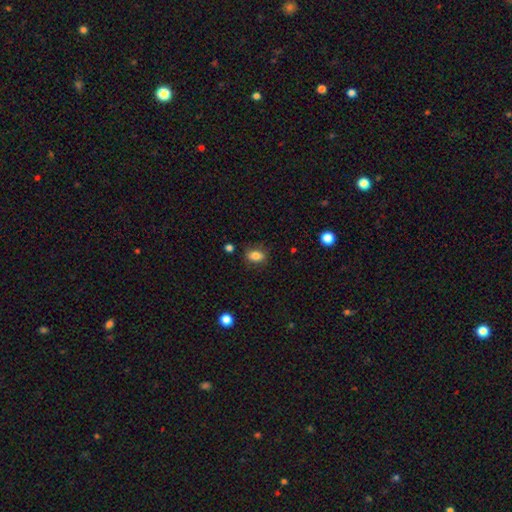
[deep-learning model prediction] A smooth galaxy with no disk features (81%) that is in between round and cigar-shaped (79%). Merging: none (79%).